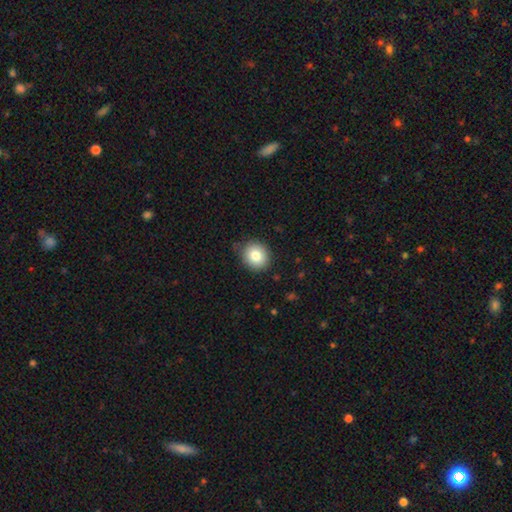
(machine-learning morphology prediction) Smooth or featured?
  - smooth: 82% *
  - star or artifact: 9%
  - featured or disk: 9%
How rounded?
  - round: 75% *
  - in between: 24%
  - cigar-shaped: 1%
Merging?
  - none: 83% *
  - minor disturbance: 13%
  - major disturbance: 3%
  - merger: 1%